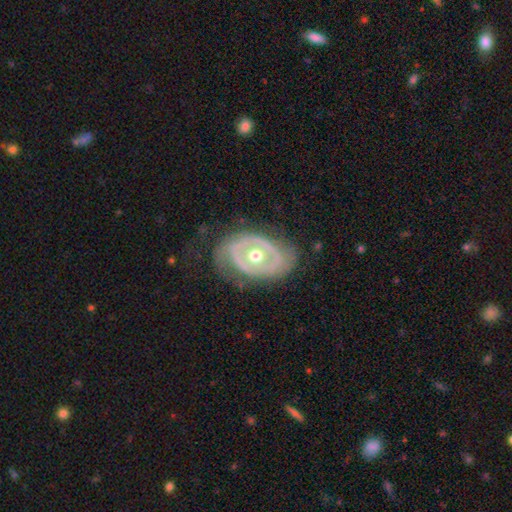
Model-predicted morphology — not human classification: The model was most divided on "spiral arms": no: 67%, yes: 33%. More confident: edge-on disk — no (94%); bar — no (82%); bulge size — moderate (78%); smooth or featured — featured or disk (75%); merging — none (63%).